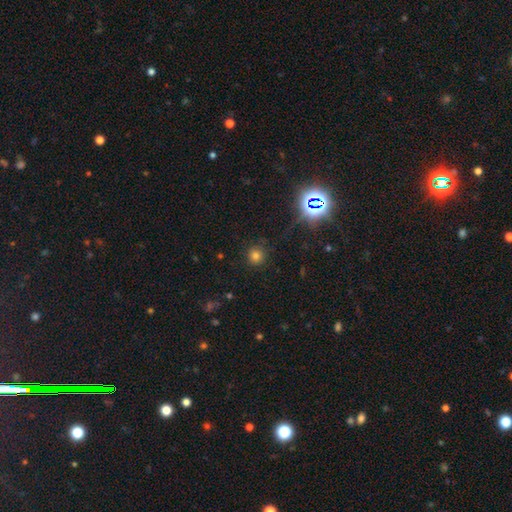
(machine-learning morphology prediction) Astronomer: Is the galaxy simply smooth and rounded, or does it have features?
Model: smooth — 73%.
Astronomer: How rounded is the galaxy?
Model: round — 93%.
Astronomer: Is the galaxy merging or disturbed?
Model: none — 86%.